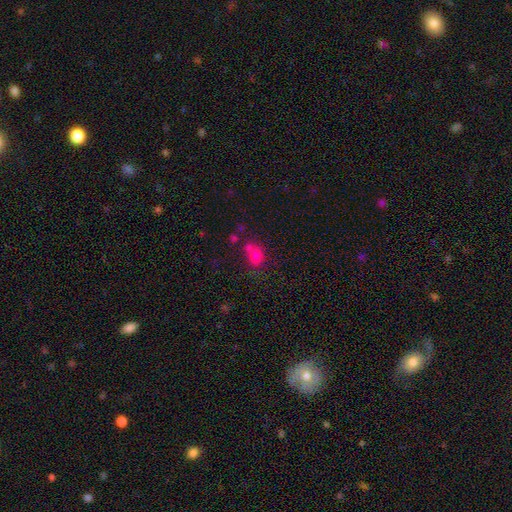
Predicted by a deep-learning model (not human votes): Morphology: type=smooth (76%); roundness=round (58%); merging=none (47%).